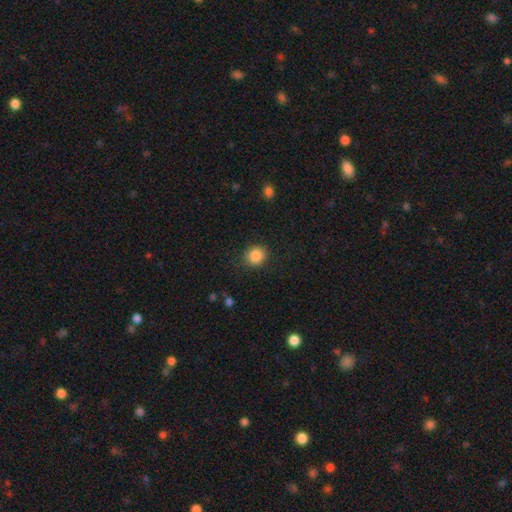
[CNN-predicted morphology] type=smooth (86%); roundness=round (83%); merging=none (87%).